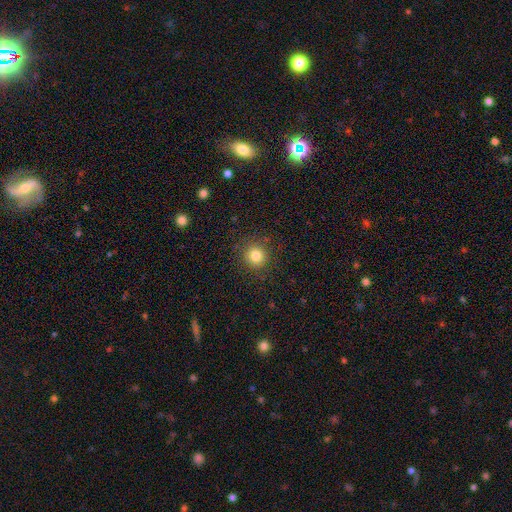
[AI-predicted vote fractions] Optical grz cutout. It shows a smooth galaxy with no disk features (82%) that is round (92%). Merging: none (89%).